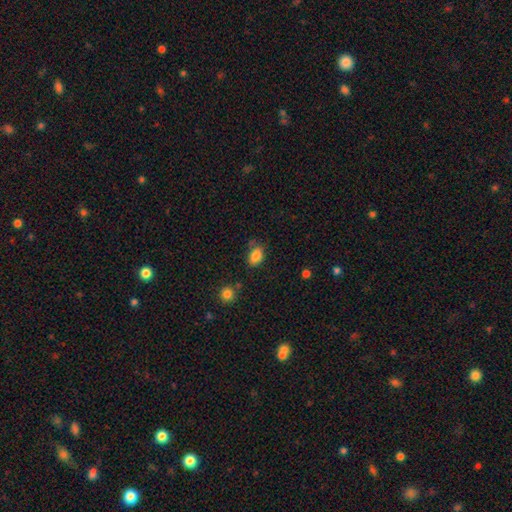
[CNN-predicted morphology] A smooth galaxy with no disk features (84%) that is in between round and cigar-shaped (85%). Merging: none (67%).